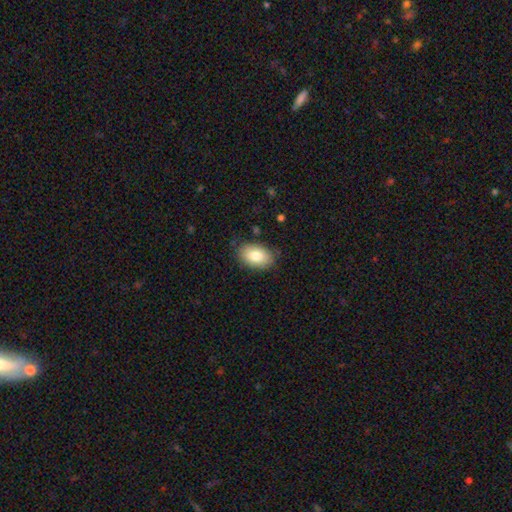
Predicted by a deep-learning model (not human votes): Q: Smooth or featured?
A: smooth (79%); runner-up: featured or disk (13%)
Q: How rounded?
A: in between (89%); runner-up: round (10%)
Q: Merging?
A: none (83%); runner-up: minor disturbance (13%)